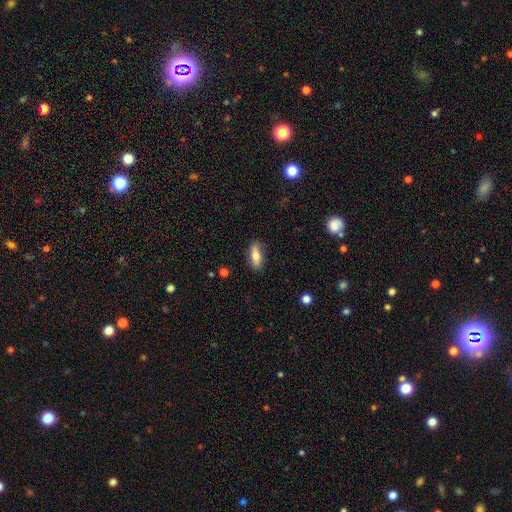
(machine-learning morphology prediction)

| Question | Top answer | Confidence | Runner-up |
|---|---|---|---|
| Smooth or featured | smooth | 69% | featured or disk (25%) |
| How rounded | in between | 67% | cigar-shaped (30%) |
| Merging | none | 85% | minor disturbance (12%) |